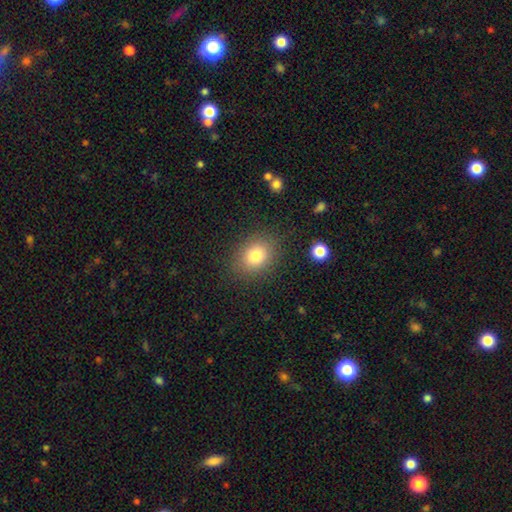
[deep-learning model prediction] Morphology: type=smooth (79%); roundness=round (55%); merging=none (84%).